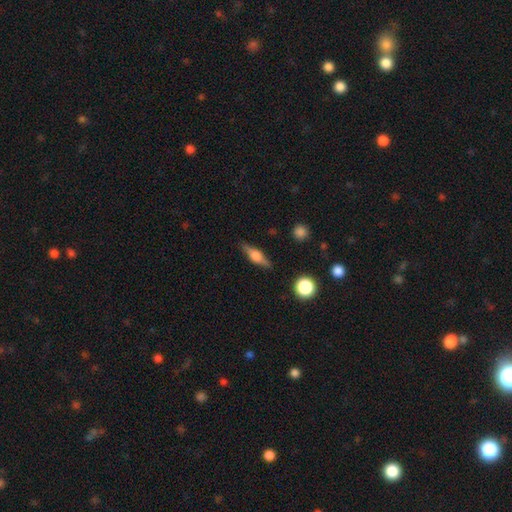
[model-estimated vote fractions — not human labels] A featured or disk galaxy (63%) viewed edge-on (96%) with a rounded central bulge (88%). Merging: none (86%).